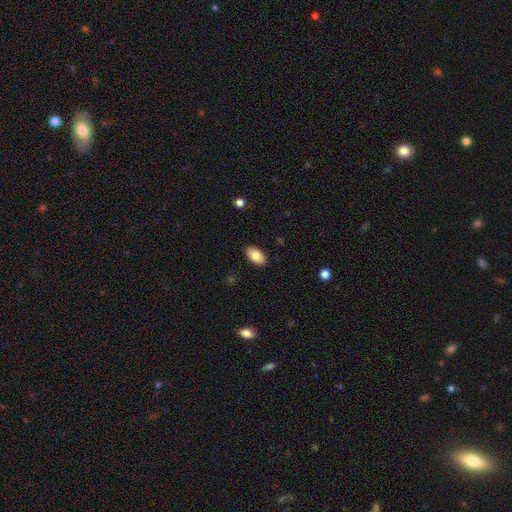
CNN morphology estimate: smooth_or_featured: smooth (p=0.83) [alt: featured or disk p=0.10]
how_rounded: in between (p=0.94) [alt: round p=0.04]
merging: none (p=0.89) [alt: minor disturbance p=0.09]